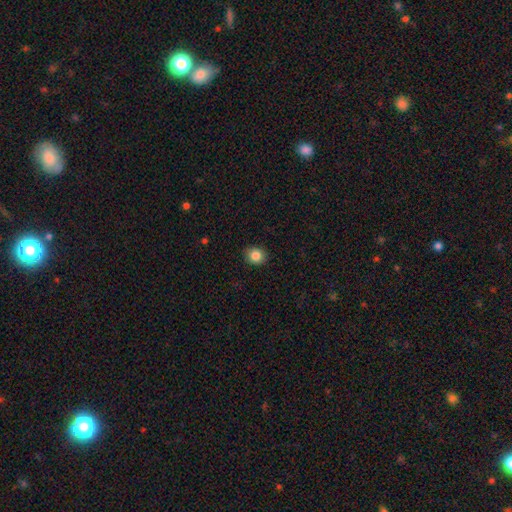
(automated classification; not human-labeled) Smooth or featured?
  - smooth: 85% *
  - star or artifact: 10%
  - featured or disk: 5%
How rounded?
  - round: 73% *
  - in between: 26%
  - cigar-shaped: 1%
Merging?
  - none: 89% *
  - minor disturbance: 8%
  - major disturbance: 2%
  - merger: 1%